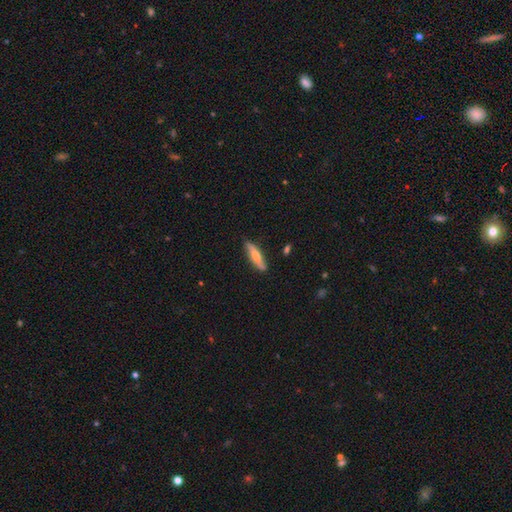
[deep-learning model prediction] A smooth galaxy with no disk features (53%) that is cigar-shaped (77%). Merging: none (86%).